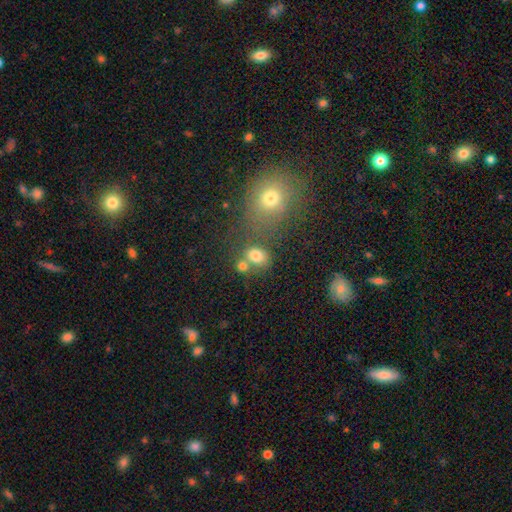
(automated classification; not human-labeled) smooth_or_featured: smooth (p=0.75) [alt: star or artifact p=0.14]
how_rounded: round (p=0.52) [alt: in between p=0.47]
merging: none (p=0.50) [alt: merger p=0.31]